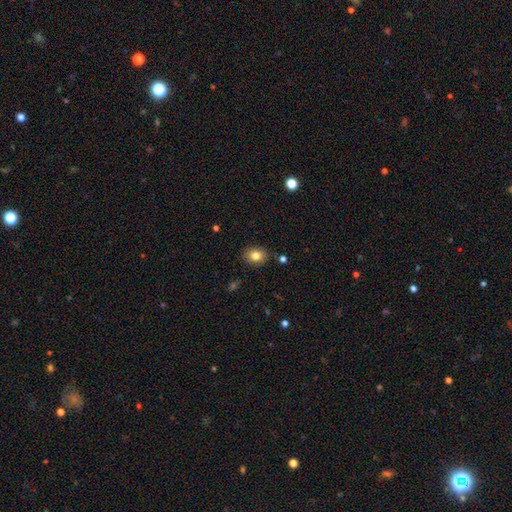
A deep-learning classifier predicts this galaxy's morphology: This appears to be a smooth galaxy with no disk features (82%) that is in between round and cigar-shaped (55%). Merging: none (86%).